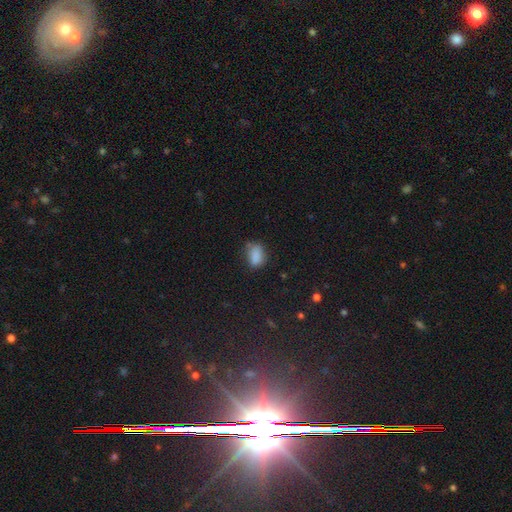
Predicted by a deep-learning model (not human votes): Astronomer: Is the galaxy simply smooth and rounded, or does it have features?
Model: smooth — 85%.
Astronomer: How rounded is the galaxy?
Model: in between — 84%.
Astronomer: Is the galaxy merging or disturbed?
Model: none — 62%.